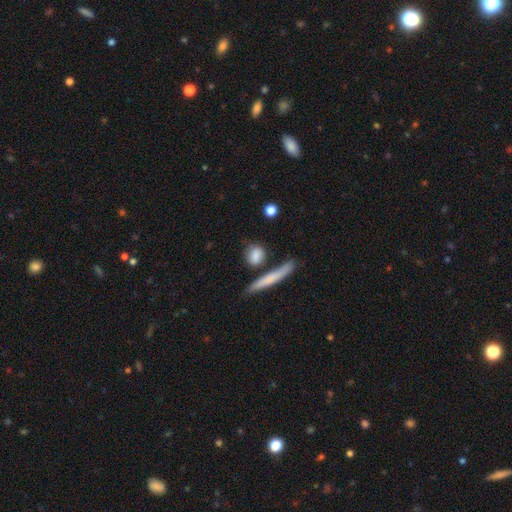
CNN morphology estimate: Smooth or featured?
  - smooth: 81% *
  - featured or disk: 13%
  - star or artifact: 7%
How rounded?
  - round: 43% *
  - in between: 32%
  - cigar-shaped: 25%
Merging?
  - none: 69% *
  - minor disturbance: 16%
  - merger: 10%
  - major disturbance: 5%